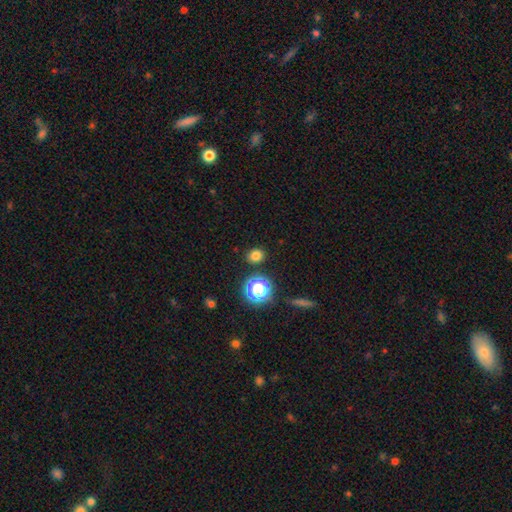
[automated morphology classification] smooth-or-featured: smooth: 75% | star or artifact: 20% | featured or disk: 5%
  how-rounded: round: 67% | in between: 32% | cigar-shaped: 1%
  merging: none: 87% | minor disturbance: 8% | merger: 3% | major disturbance: 3%